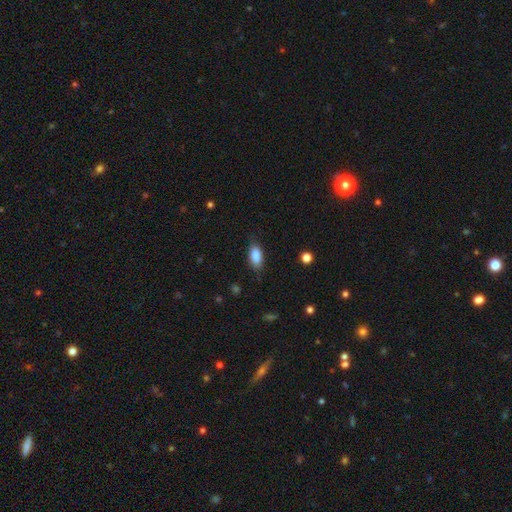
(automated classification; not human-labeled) Smooth or featured? smooth (86%)
How rounded? in between (87%)
Merging? none (80%)